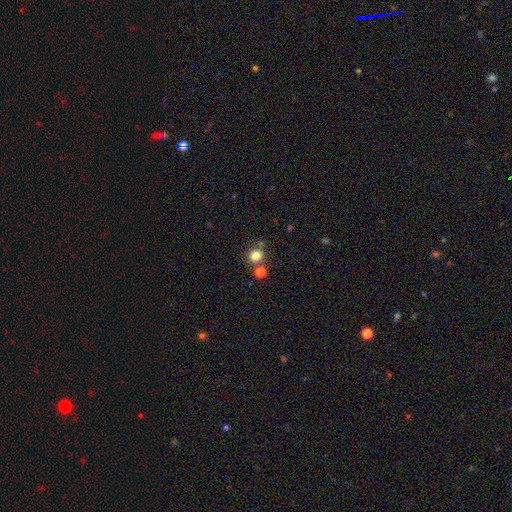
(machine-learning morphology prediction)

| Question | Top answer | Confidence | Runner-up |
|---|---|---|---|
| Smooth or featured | smooth | 81% | star or artifact (14%) |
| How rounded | round | 86% | in between (13%) |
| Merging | none | 71% | merger (16%) |